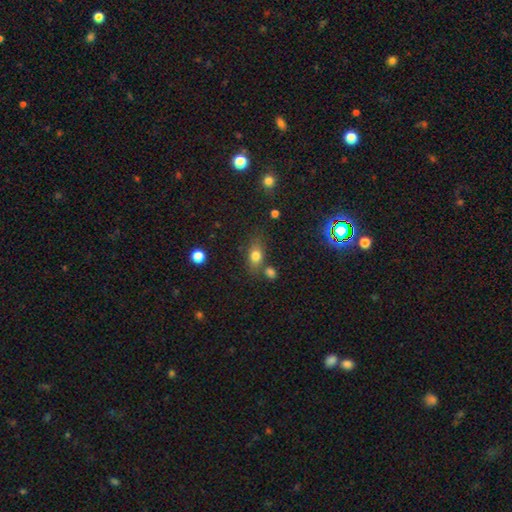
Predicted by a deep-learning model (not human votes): smooth_or_featured: smooth (p=0.76) [alt: featured or disk p=0.12]
how_rounded: in between (p=0.72) [alt: round p=0.22]
merging: none (p=0.65) [alt: minor disturbance p=0.16]